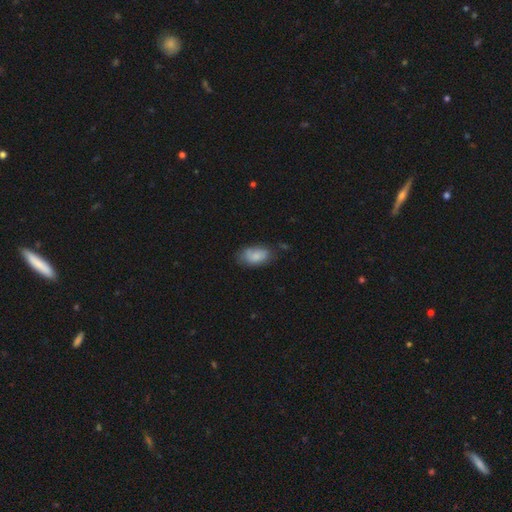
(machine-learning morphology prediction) This appears to be a smooth galaxy with no disk features (77%) that is in between round and cigar-shaped (93%). Merging: none (59%).